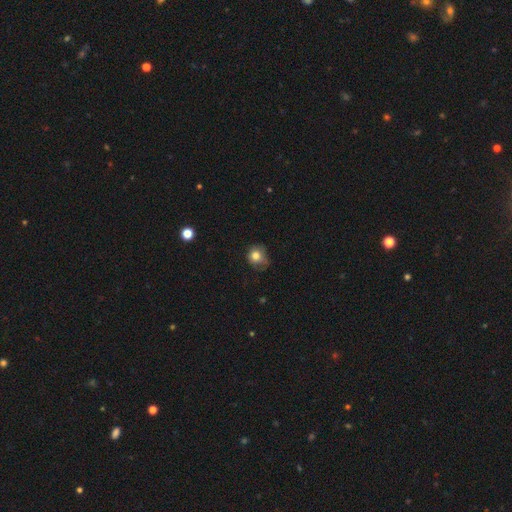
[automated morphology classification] A smooth galaxy with no disk features (76%) that is round (73%).

Vote fractions:
- Smooth or featured? smooth: 76% / featured or disk: 14% / star or artifact: 10%
- How rounded? round: 73% / in between: 26% / cigar-shaped: 1%
- Merging? none: 47% / minor disturbance: 35% / major disturbance: 17% / merger: 2%